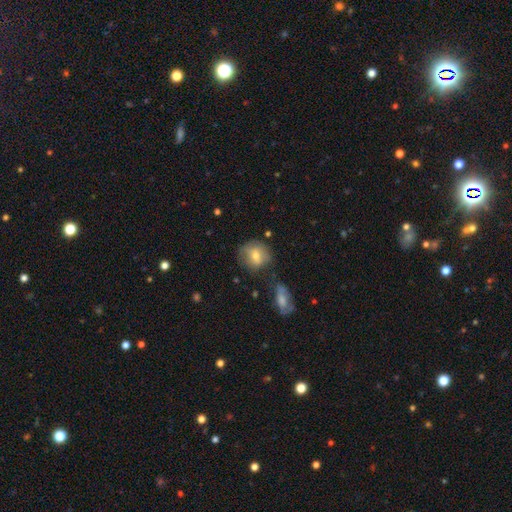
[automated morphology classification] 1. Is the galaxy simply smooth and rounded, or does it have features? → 65% smooth, 26% featured or disk, 8% star or artifact.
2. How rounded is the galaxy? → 77% round, 21% in between, 1% cigar-shaped.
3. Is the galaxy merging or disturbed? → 59% none, 24% minor disturbance, 8% merger, 8% major disturbance.